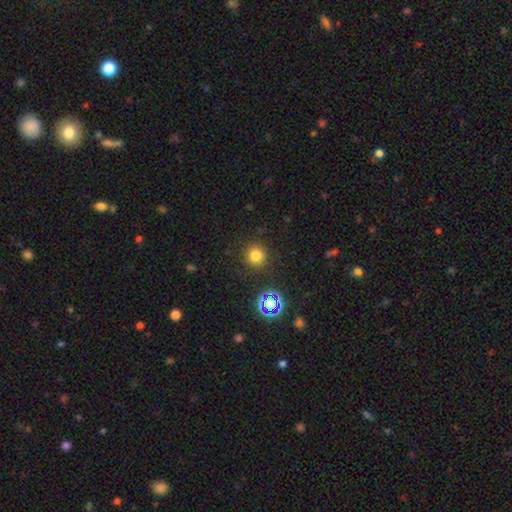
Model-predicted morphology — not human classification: The model was most divided on "smooth or featured": smooth: 74%, star or artifact: 20%, featured or disk: 7%. More confident: how rounded — round (94%); merging — none (88%).